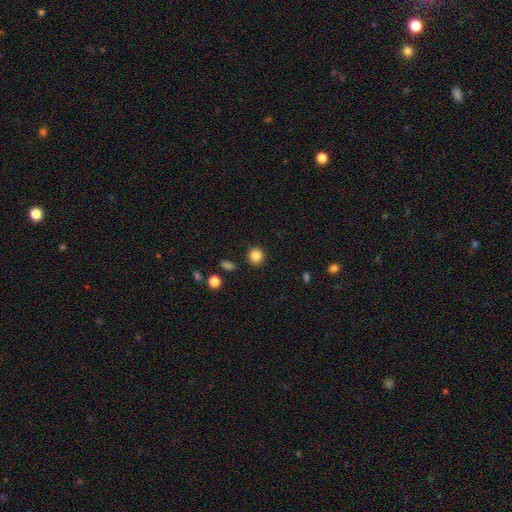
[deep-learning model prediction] smooth 85%, star or artifact 10%, featured or disk 5%. Down the decision tree: how rounded — round (90%); merging — none (90%).